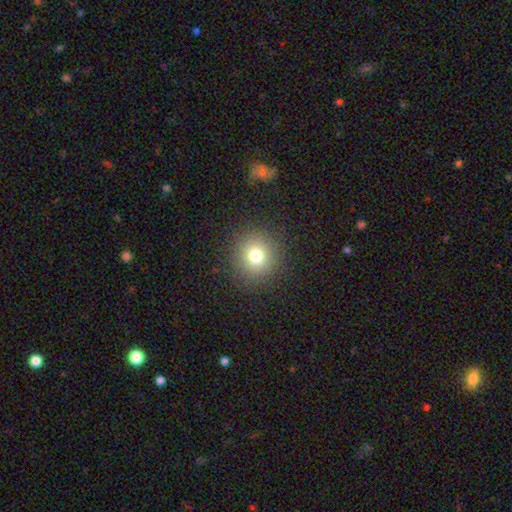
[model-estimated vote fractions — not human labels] The model was most divided on "smooth or featured": smooth: 75%, star or artifact: 16%, featured or disk: 9%. More confident: how rounded — round (91%); merging — none (89%).